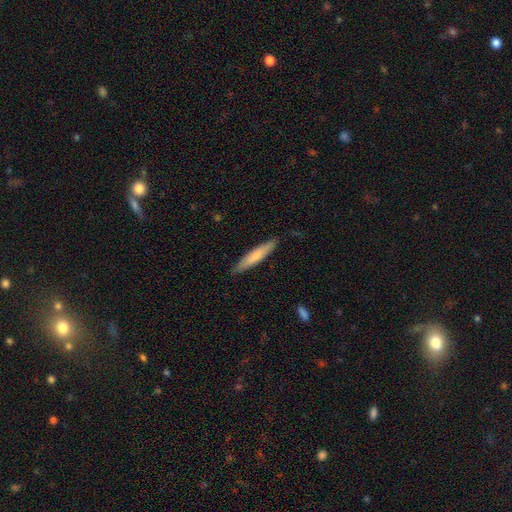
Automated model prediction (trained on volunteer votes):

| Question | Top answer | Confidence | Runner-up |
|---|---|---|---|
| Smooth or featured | smooth | 69% | featured or disk (26%) |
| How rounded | cigar-shaped | 89% | in between (9%) |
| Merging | none | 87% | minor disturbance (10%) |